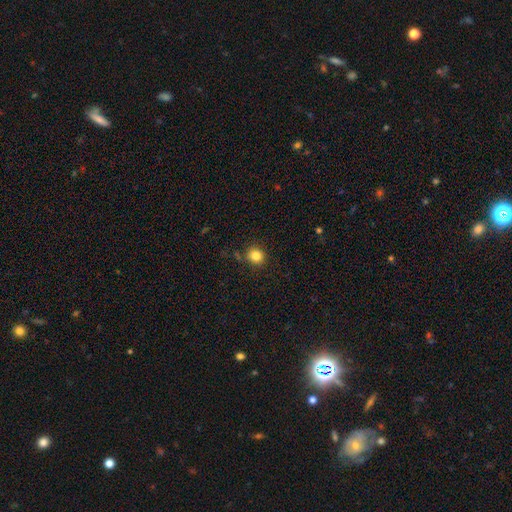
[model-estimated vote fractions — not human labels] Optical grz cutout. It shows a smooth galaxy with no disk features (83%) that is round (82%). Merging: none (85%).